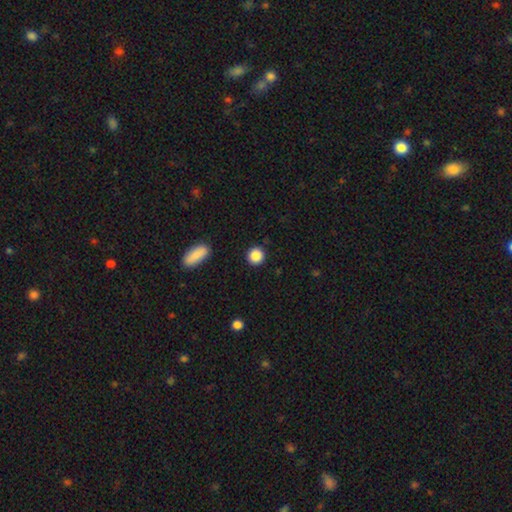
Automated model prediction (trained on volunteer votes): Overall: smooth (87%). How rounded: round (92%). Merging: none (91%).